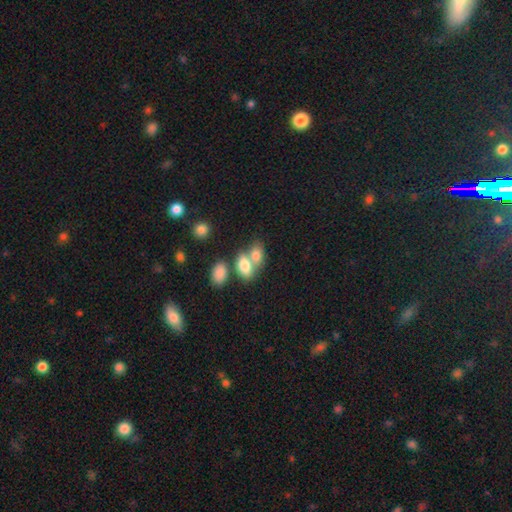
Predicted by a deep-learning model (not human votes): A smooth galaxy with no disk features (77%) that is in between round and cigar-shaped (85%).

Vote fractions:
- Smooth or featured? smooth: 77% / featured or disk: 14% / star or artifact: 9%
- How rounded? in between: 85% / round: 12% / cigar-shaped: 3%
- Merging? merger: 59% / none: 29% / minor disturbance: 8% / major disturbance: 4%